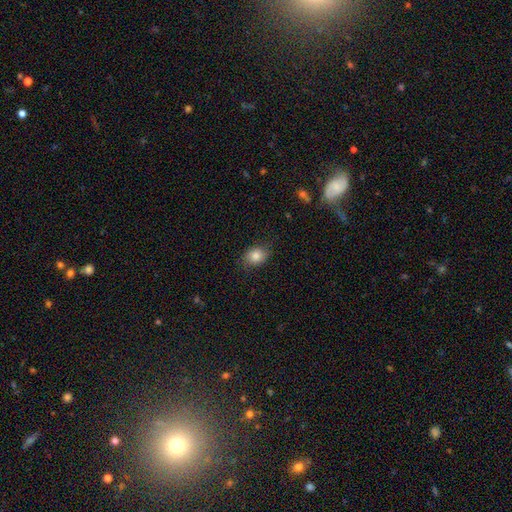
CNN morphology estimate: A smooth galaxy with no disk features (83%) that is in between round and cigar-shaped (62%).

Vote fractions:
- Smooth or featured? smooth: 83% / star or artifact: 9% / featured or disk: 8%
- How rounded? in between: 62% / round: 37% / cigar-shaped: 1%
- Merging? none: 80% / minor disturbance: 15% / major disturbance: 4% / merger: 1%